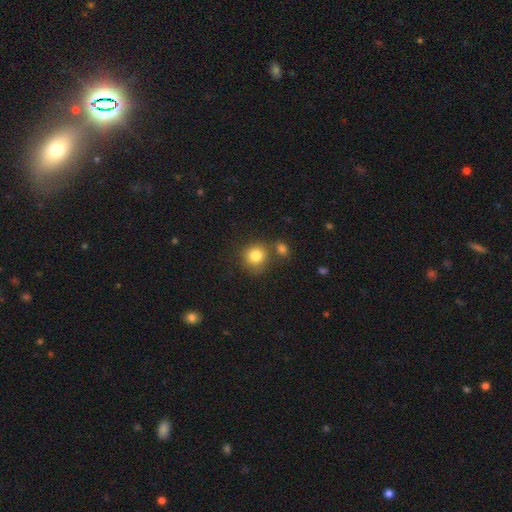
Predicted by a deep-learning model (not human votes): This appears to be a smooth galaxy with no disk features (82%) that is round (83%). Merging: none (64%).